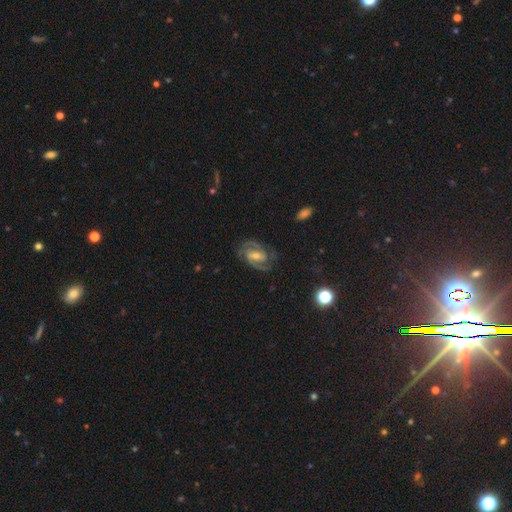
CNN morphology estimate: smooth-or-featured: featured or disk: 90% | smooth: 5% | star or artifact: 5%
  disk-edge-on: no: 97% | yes: 3%
    bar: weak: 43% | strong: 38% | no: 19%
    has-spiral-arms: yes: 98% | no: 2%
      spiral-winding: medium: 50% | tight: 42% | loose: 8%
      spiral-arm-count: 2: 88% | 3: 5% | can't tell: 3% | 4: 1% | 1: 1% | more than 4: 1%
    bulge-size: small: 50% | moderate: 43% | none: 3% | large: 3% | dominant: 1%
  merging: none: 78% | minor disturbance: 14% | major disturbance: 6% | merger: 1%